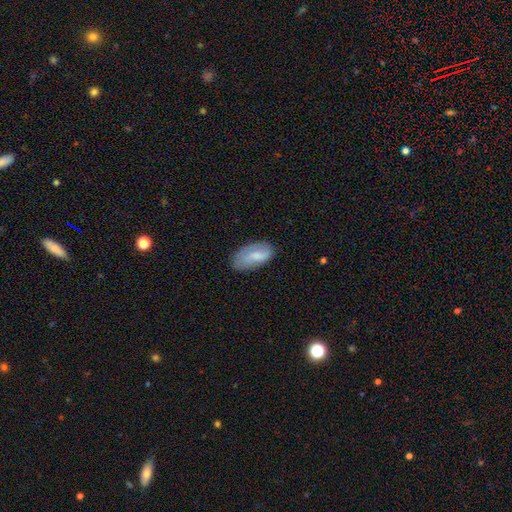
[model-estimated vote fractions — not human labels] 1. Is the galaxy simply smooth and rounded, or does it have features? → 62% smooth, 31% featured or disk, 7% star or artifact.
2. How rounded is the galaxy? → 92% in between, 4% cigar-shaped, 4% round.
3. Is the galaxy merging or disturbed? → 62% none, 27% minor disturbance, 10% major disturbance, 2% merger.